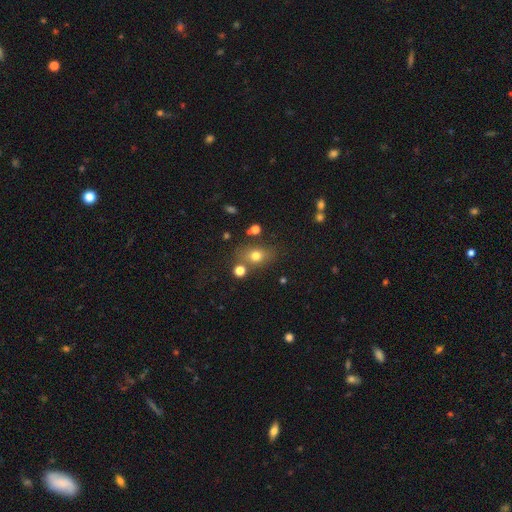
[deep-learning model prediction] This appears to be a smooth galaxy with no disk features (71%) that is in between round and cigar-shaped (56%). Merging: none (69%).